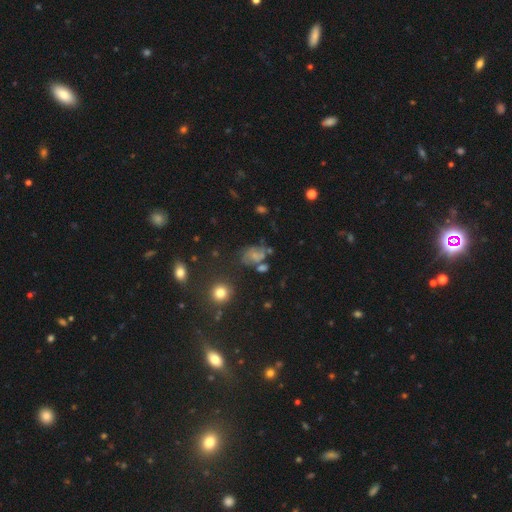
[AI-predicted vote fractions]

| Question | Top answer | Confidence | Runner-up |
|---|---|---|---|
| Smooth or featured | smooth | 42% | featured or disk (41%) |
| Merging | none | 40% | minor disturbance (23%) |